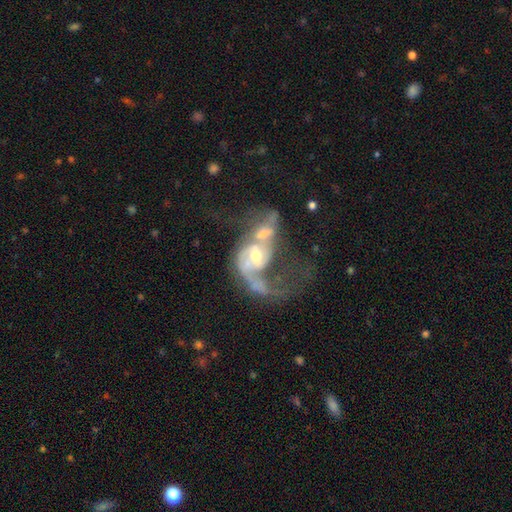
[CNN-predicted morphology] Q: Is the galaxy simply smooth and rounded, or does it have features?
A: featured or disk — 77%.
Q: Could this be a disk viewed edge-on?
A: no — 96%.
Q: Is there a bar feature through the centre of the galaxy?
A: no — 59%.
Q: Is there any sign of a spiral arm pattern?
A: yes — 81%.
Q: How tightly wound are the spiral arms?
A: loose — 63%.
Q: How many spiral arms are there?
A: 2 — 42%.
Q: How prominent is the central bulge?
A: moderate — 58%.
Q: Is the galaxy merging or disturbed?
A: merger — 67%.